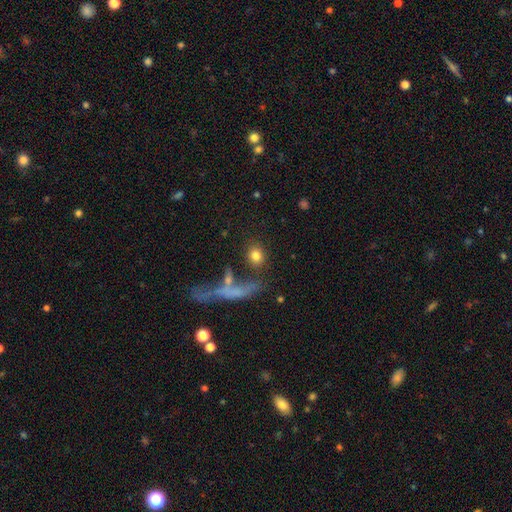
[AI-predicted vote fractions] This is likely a smooth galaxy (80%). How rounded: likely round (69%). Merging: likely none (75%).